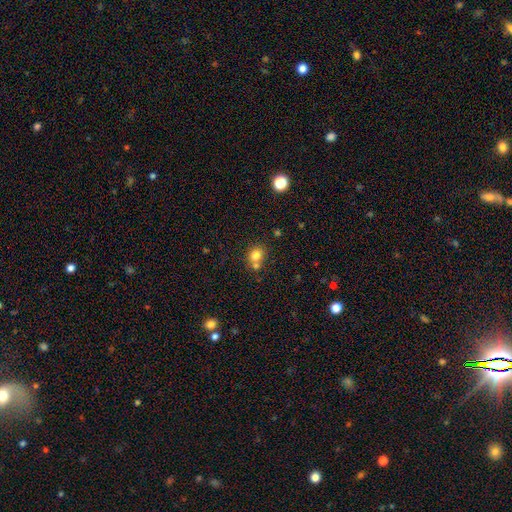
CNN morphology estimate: A smooth galaxy with no disk features (78%) that is round (74%).

Vote fractions:
- Smooth or featured? smooth: 78% / star or artifact: 12% / featured or disk: 10%
- How rounded? round: 74% / in between: 25% / cigar-shaped: 1%
- Merging? none: 51% / merger: 36% / minor disturbance: 9% / major disturbance: 3%